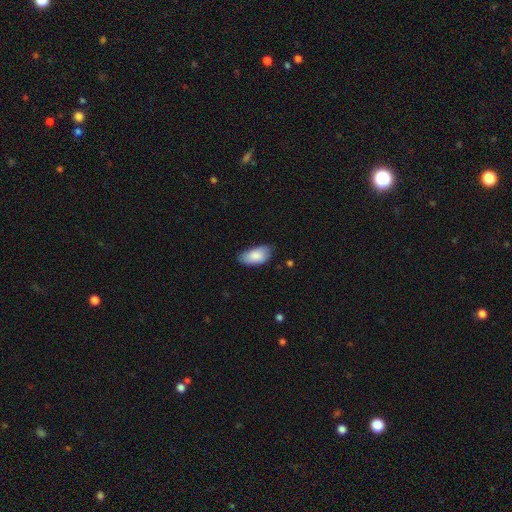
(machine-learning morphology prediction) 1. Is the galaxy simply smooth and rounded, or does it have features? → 87% smooth, 8% featured or disk, 6% star or artifact.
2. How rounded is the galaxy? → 94% in between, 3% cigar-shaped, 3% round.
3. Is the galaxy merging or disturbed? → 69% none, 26% minor disturbance, 4% major disturbance, 1% merger.